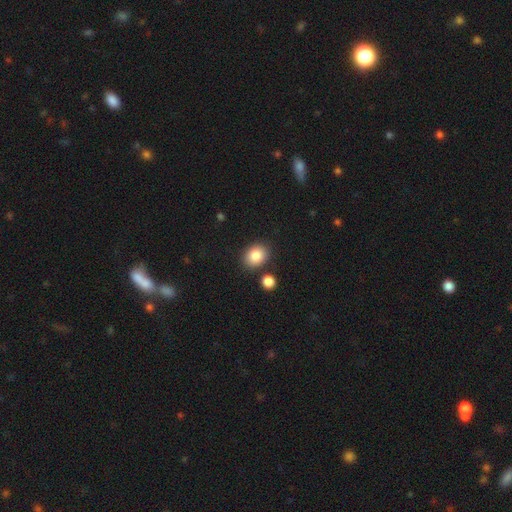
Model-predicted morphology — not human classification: Smooth or featured? smooth (86%)
How rounded? in between (52%)
Merging? none (81%)